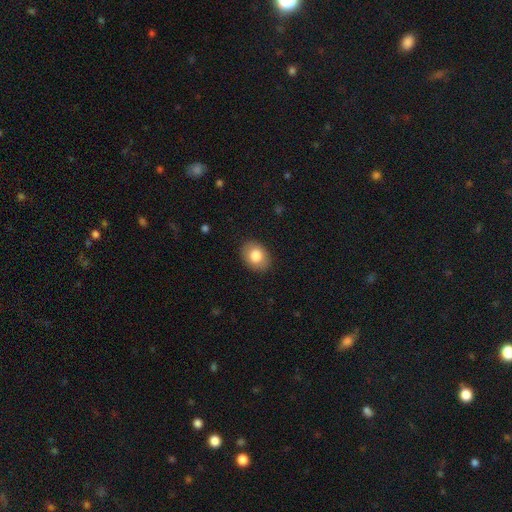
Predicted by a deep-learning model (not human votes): This appears to be a smooth galaxy with no disk features (82%) that is in between round and cigar-shaped (70%). Merging: none (88%).